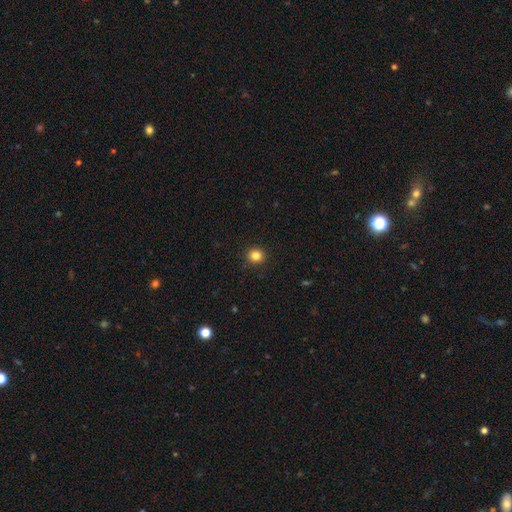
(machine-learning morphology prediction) smooth_or_featured: smooth (p=0.84) [alt: star or artifact p=0.11]
how_rounded: round (p=0.89) [alt: in between p=0.11]
merging: none (p=0.92) [alt: minor disturbance p=0.05]